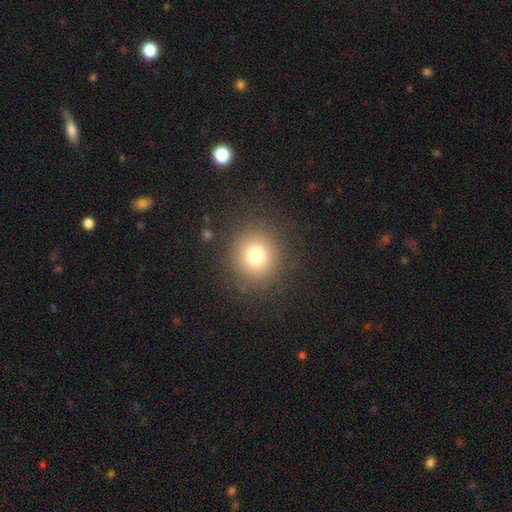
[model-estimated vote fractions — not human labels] Smooth or featured?
  - smooth: 75% *
  - star or artifact: 16%
  - featured or disk: 9%
How rounded?
  - round: 90% *
  - in between: 9%
  - cigar-shaped: 1%
Merging?
  - none: 88% *
  - minor disturbance: 7%
  - major disturbance: 4%
  - merger: 1%